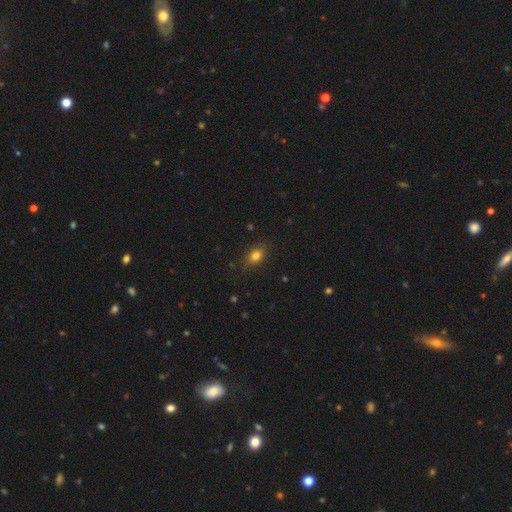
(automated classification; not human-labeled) A smooth galaxy with no disk features (81%) that is in between round and cigar-shaped (71%).

Vote fractions:
- Smooth or featured? smooth: 81% / star or artifact: 11% / featured or disk: 8%
- How rounded? in between: 71% / round: 26% / cigar-shaped: 3%
- Merging? none: 79% / minor disturbance: 16% / major disturbance: 3% / merger: 1%